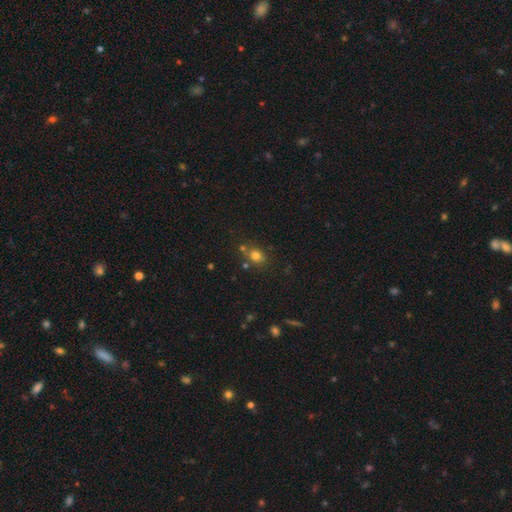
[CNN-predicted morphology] smooth 75%, star or artifact 15%, featured or disk 9%. Down the decision tree: how rounded — round (57%); merging — none (66%).